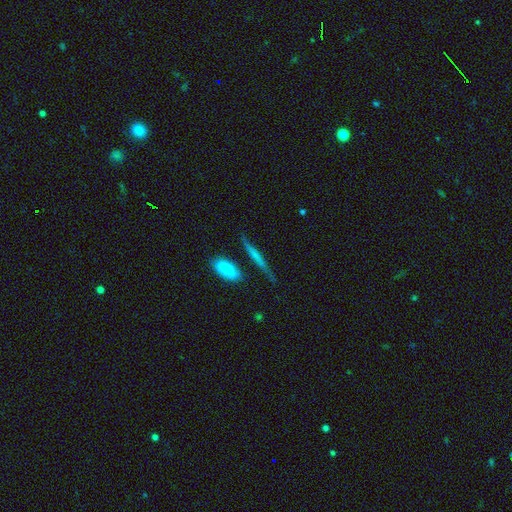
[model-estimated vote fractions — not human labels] Smooth or featured?
  - smooth: 45% * (tied)
  - featured or disk: 45% * (tied)
  - star or artifact: 10%
Merging?
  - none: 71% *
  - minor disturbance: 17%
  - major disturbance: 6%
  - merger: 6%